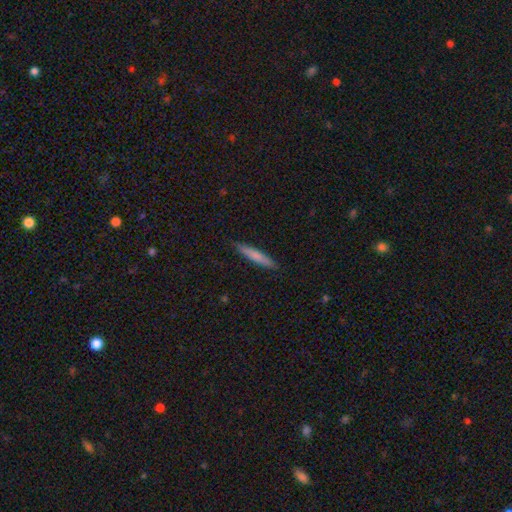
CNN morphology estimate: This is likely a smooth galaxy (76%). How rounded: clearly cigar-shaped (93%). Merging: clearly none (90%).